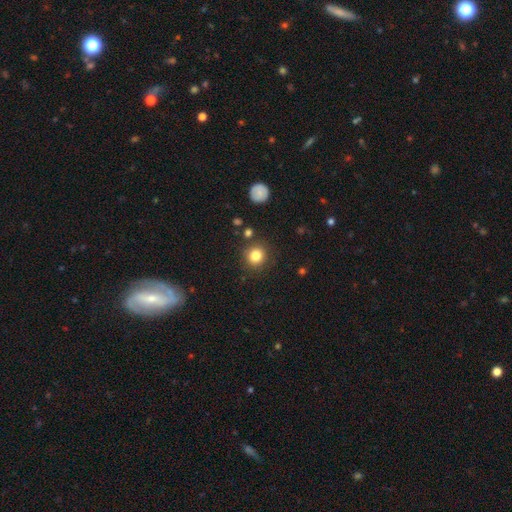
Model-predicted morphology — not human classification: Smooth or featured?
  - smooth: 82% *
  - star or artifact: 12%
  - featured or disk: 6%
How rounded?
  - round: 90% *
  - in between: 9%
  - cigar-shaped: 1%
Merging?
  - none: 86% *
  - minor disturbance: 8%
  - major disturbance: 3%
  - merger: 3%